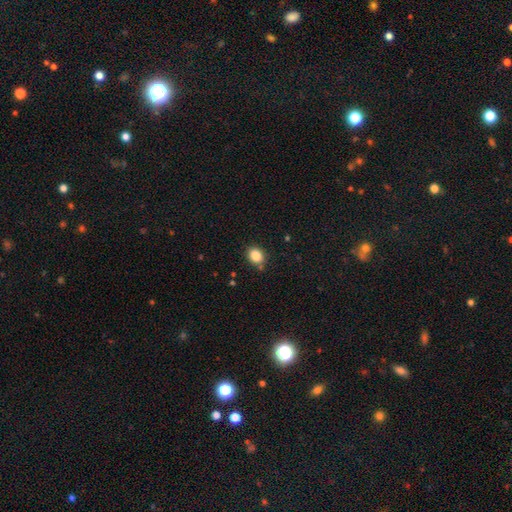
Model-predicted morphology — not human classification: A smooth galaxy with no disk features (86%) that is round (50%). Merging: none (82%).